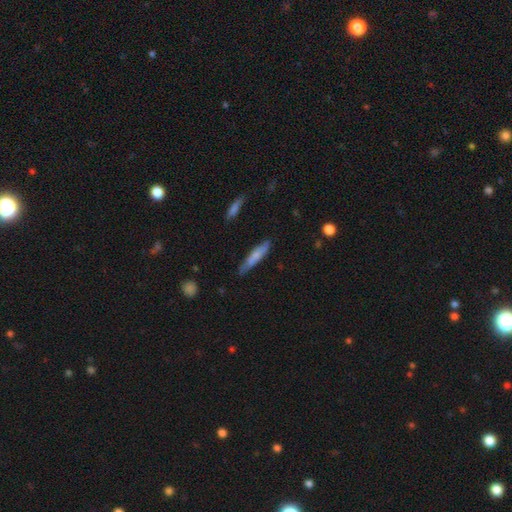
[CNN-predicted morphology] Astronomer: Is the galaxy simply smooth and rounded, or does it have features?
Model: smooth — 65%.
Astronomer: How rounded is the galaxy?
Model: cigar-shaped — 84%.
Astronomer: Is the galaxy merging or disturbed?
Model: none — 75%.